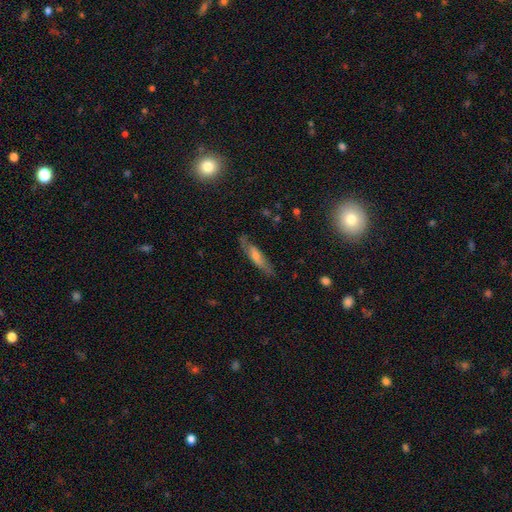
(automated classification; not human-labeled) Smooth or featured? featured or disk (51%)
Edge-on disk? yes (62%)
Merging? none (74%)